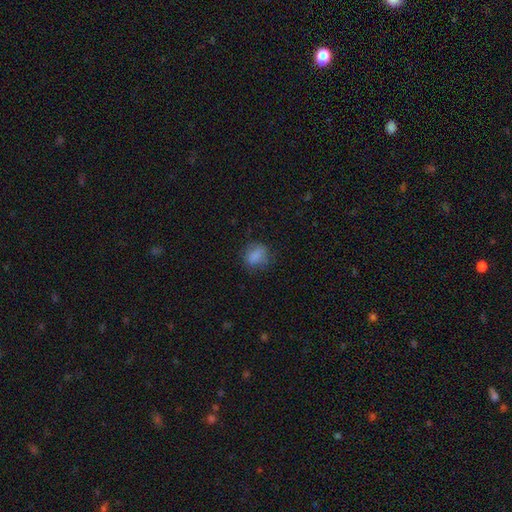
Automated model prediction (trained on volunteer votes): This is clearly a smooth galaxy (82%). How rounded: possibly in between (55%). Merging: likely none (73%).